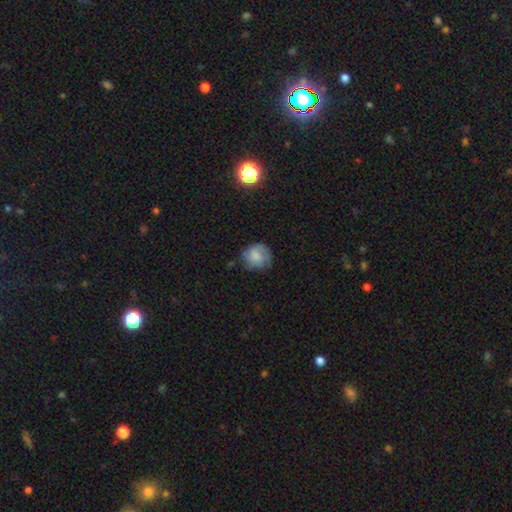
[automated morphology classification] The model was most divided on "merging": none: 70%, minor disturbance: 22%, major disturbance: 7%, merger: 2%. More confident: how rounded — round (86%); smooth or featured — smooth (73%).